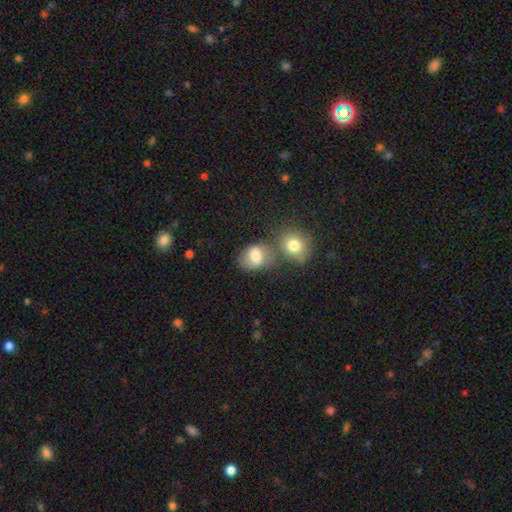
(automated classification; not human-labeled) Overall: smooth (74%). How rounded: in between (50%; round 49%). Merging: none (45%; merger 31%).